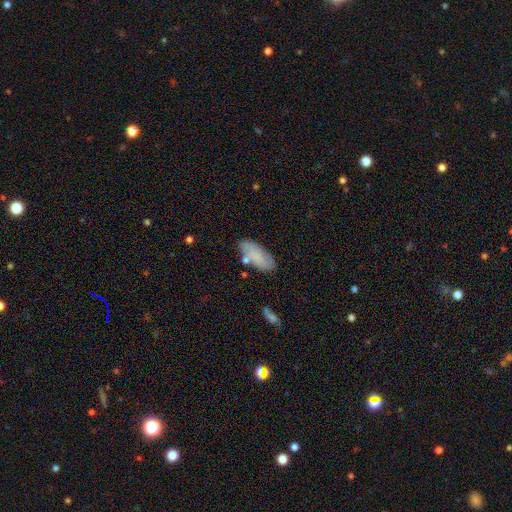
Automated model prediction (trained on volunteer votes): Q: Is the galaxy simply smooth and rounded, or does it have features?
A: smooth — 75%.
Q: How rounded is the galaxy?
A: in between — 87%.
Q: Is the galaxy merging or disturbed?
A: none — 71%.